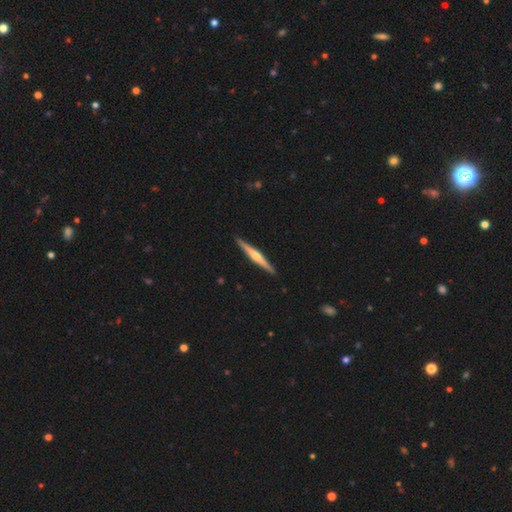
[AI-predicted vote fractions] This appears to be a featured or disk galaxy (69%) viewed edge-on (98%) with a rounded central bulge (81%). Merging: none (92%).